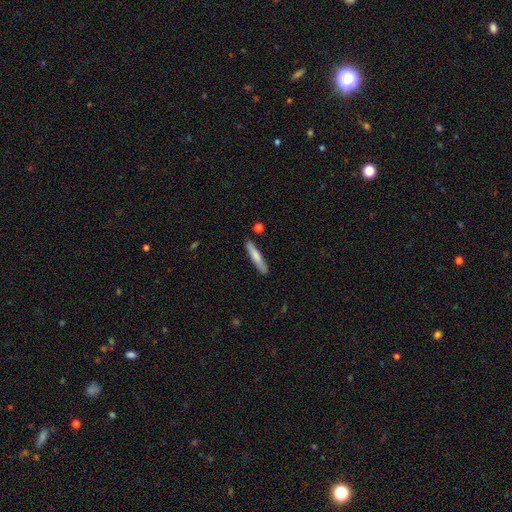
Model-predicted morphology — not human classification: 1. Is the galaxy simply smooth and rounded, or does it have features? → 69% smooth, 25% featured or disk, 6% star or artifact.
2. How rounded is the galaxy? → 92% cigar-shaped, 7% in between, 1% round.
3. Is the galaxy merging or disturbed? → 85% none, 10% minor disturbance, 3% merger, 2% major disturbance.